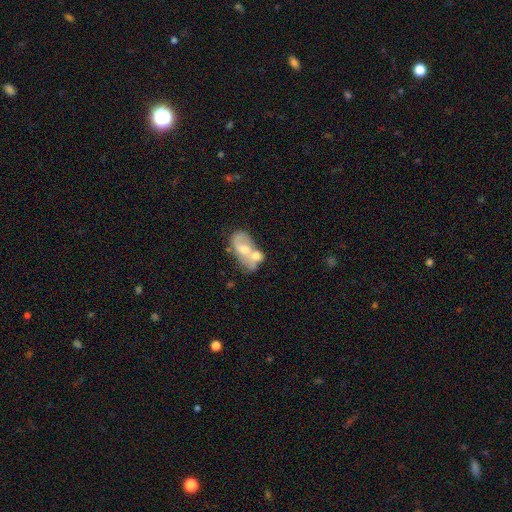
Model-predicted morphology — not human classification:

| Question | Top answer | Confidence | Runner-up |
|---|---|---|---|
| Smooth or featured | featured or disk | 50% | smooth (42%) |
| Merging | merger | 57% | none (20%) |